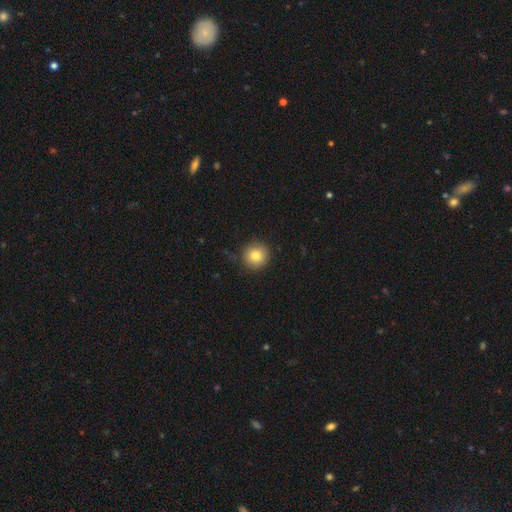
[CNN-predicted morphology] A smooth galaxy with no disk features (81%) that is round (93%). Merging: none (88%).